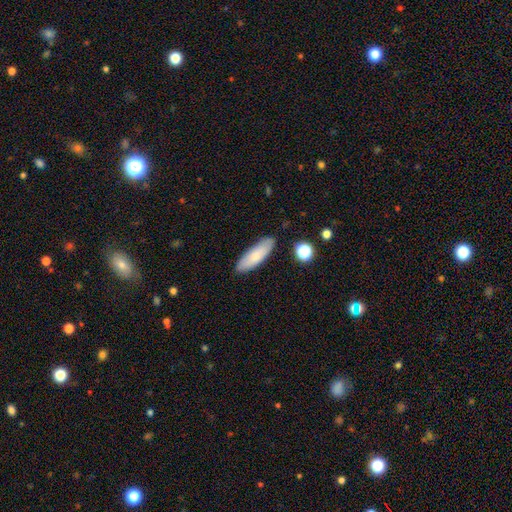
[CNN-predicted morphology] Smooth or featured: smooth — 74% (featured or disk — 20%)
How rounded: in between — 57% (cigar-shaped — 41%)
Merging: none — 85% (minor disturbance — 11%)